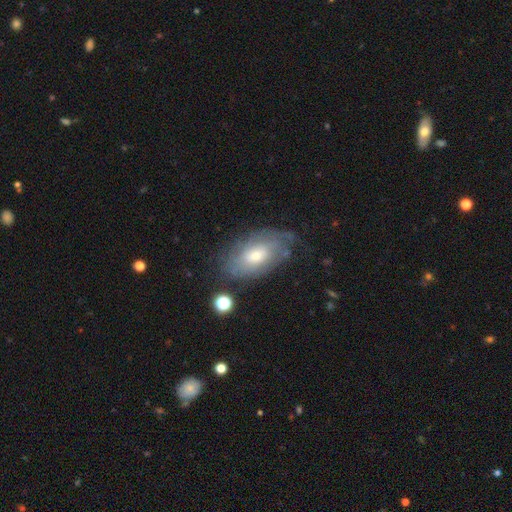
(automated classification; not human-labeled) Morphology: type=featured or disk (57%); edge-on=no (91%); bar=no (72%); spiral arms=yes (71%); bulge=small (47%, tied with moderate); merging=none (65%).